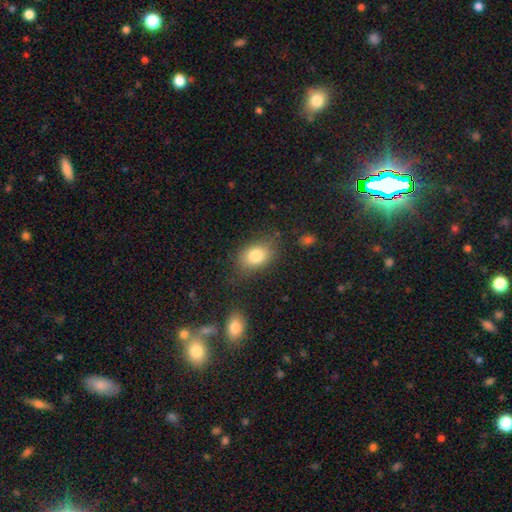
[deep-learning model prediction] Morphology: type=smooth (81%); roundness=in between (77%); merging=none (75%).